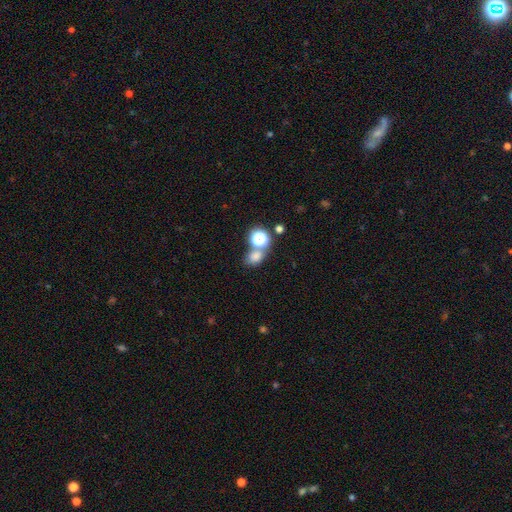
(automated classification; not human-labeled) Smooth or featured: smooth — 71% (star or artifact — 21%)
How rounded: in between — 50% (round — 49%)
Merging: none — 53% (merger — 32%)